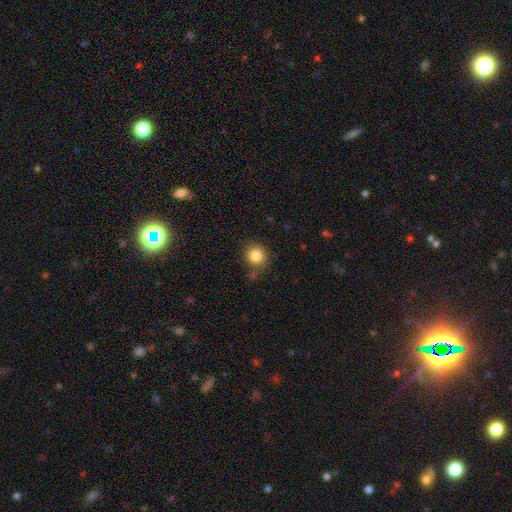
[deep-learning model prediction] smooth_or_featured: smooth (p=0.84) [alt: star or artifact p=0.11]
how_rounded: round (p=0.89) [alt: in between p=0.11]
merging: none (p=0.77) [alt: minor disturbance p=0.13]